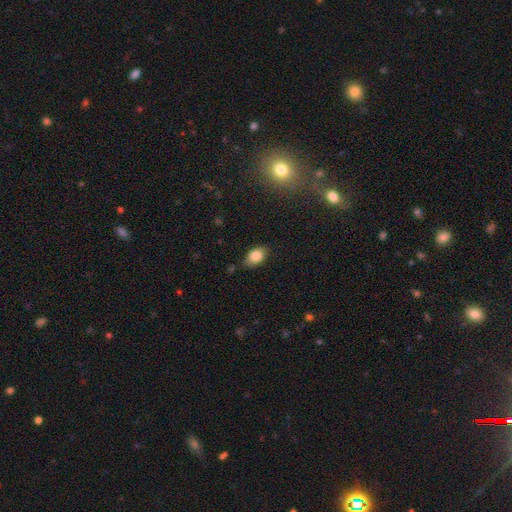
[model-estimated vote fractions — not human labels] This appears to be a smooth galaxy with no disk features (84%) that is in between round and cigar-shaped (84%). Merging: none (78%).